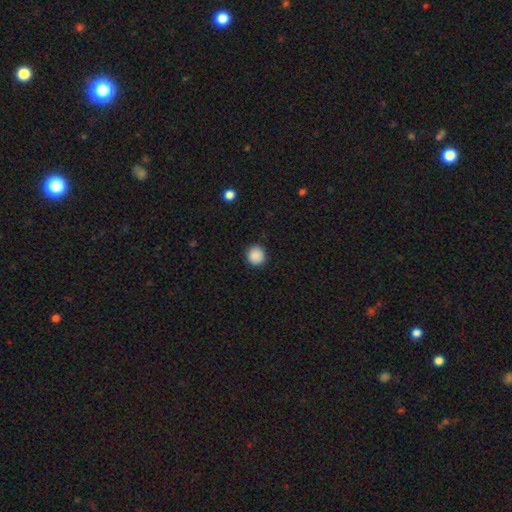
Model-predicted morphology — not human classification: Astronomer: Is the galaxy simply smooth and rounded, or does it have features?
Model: smooth — 89%.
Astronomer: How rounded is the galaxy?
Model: round — 94%.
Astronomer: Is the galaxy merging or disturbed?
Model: none — 92%.